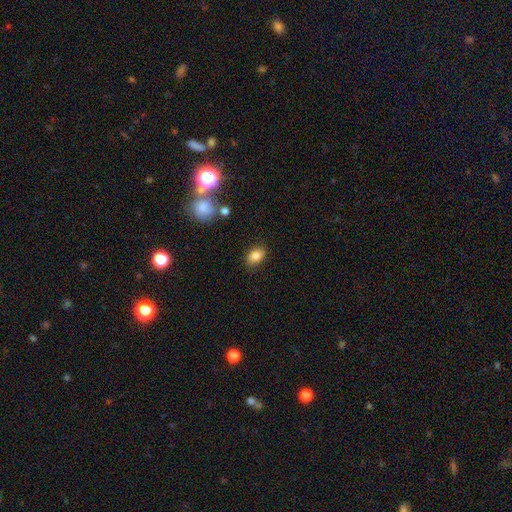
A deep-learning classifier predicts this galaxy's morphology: The model was most divided on "how rounded": in between: 82%, round: 17%, cigar-shaped: 2%. More confident: merging — none (84%); smooth or featured — smooth (82%).